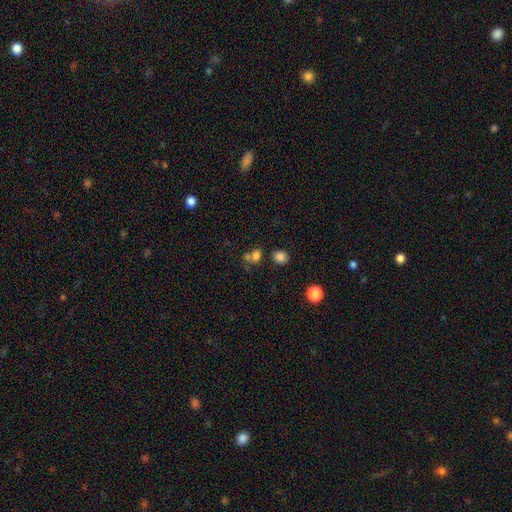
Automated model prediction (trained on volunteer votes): This is likely a smooth galaxy (75%). How rounded: possibly round (58%). Merging: possibly none (47%).